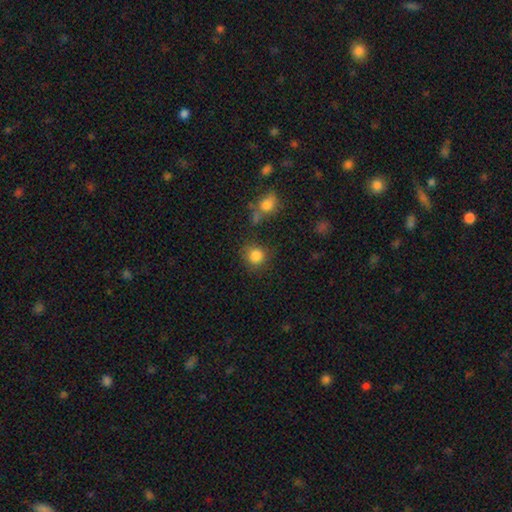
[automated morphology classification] This appears to be a smooth galaxy with no disk features (85%) that is round (88%). Merging: none (76%).